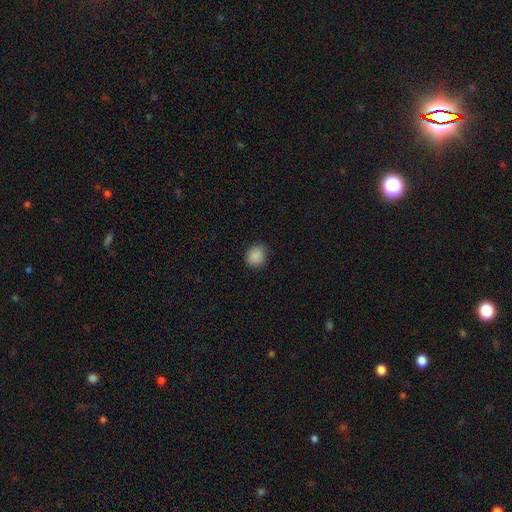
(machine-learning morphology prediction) smooth_or_featured: smooth (p=0.88) [alt: star or artifact p=0.09]
how_rounded: round (p=0.80) [alt: in between p=0.20]
merging: none (p=0.83) [alt: minor disturbance p=0.13]